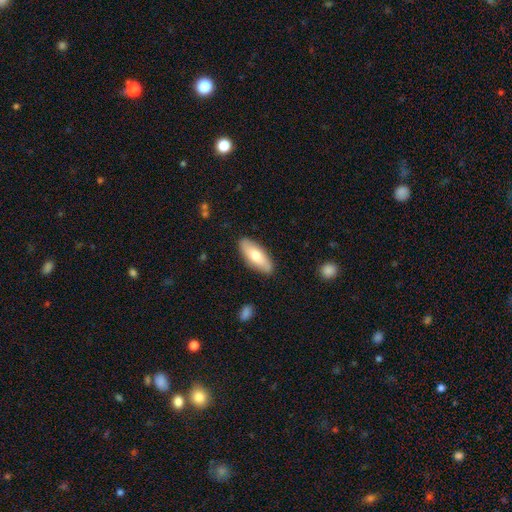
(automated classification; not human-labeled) Q: Smooth or featured?
A: smooth (69%); runner-up: featured or disk (26%)
Q: How rounded?
A: in between (77%); runner-up: cigar-shaped (21%)
Q: Merging?
A: none (86%); runner-up: minor disturbance (11%)